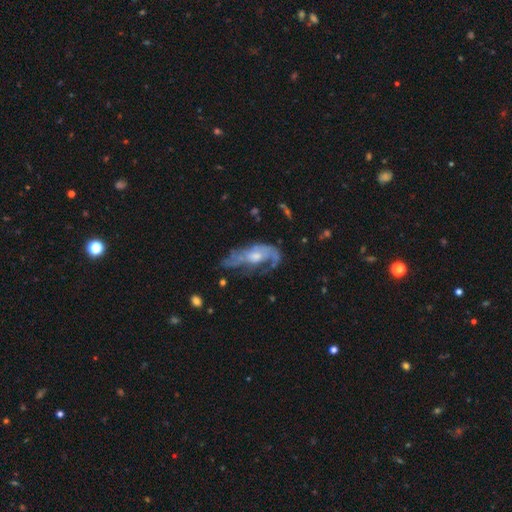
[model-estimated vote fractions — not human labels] Smooth or featured: featured or disk — 71% (smooth — 21%)
Edge-on disk: no — 88% (yes — 12%)
Bar: no — 68% (weak — 26%)
Spiral arms: yes — 75% (no — 25%)
Bulge size: moderate — 55% (small — 29%)
Merging: none — 38% (major disturbance — 34%)